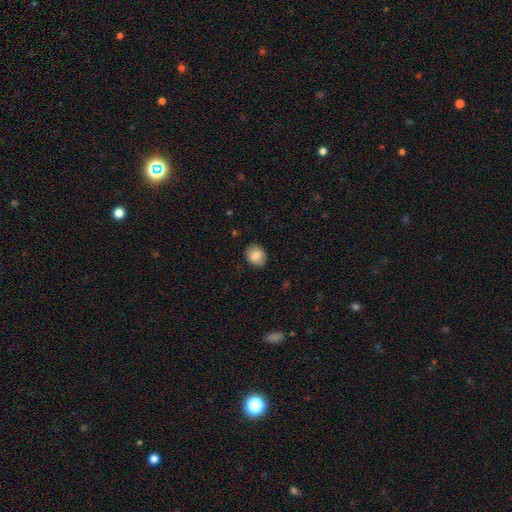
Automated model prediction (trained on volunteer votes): Morphology: type=smooth (82%); roundness=round (50%); merging=none (87%).